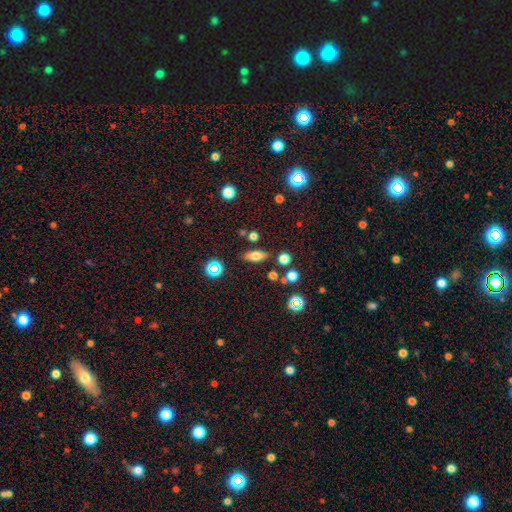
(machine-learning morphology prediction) This is likely a smooth galaxy (66%). How rounded: likely in between (72%). Merging: clearly none (81%).